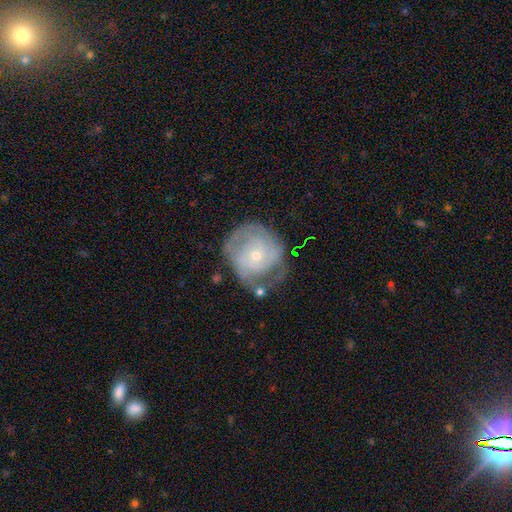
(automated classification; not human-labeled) Morphology: type=featured or disk (76%); edge-on=no (97%); bar=no (74%); spiral arms=yes (88%); winding=tight (59%); arm count=2 (34%, tied with can't tell); bulge=small (67%); merging=none (59%).